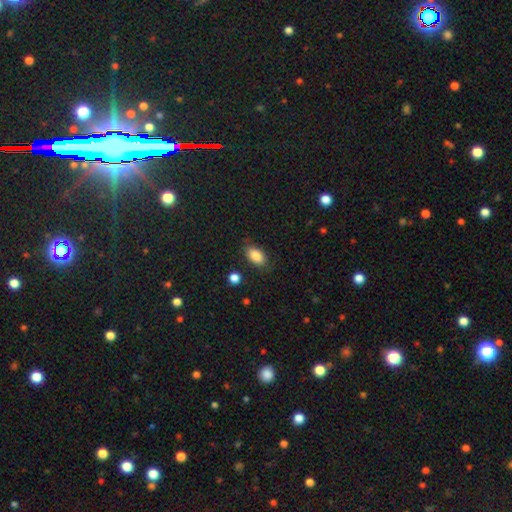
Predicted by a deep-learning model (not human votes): smooth 86%, star or artifact 8%, featured or disk 6%. Down the decision tree: how rounded — in between (90%); merging — none (81%).